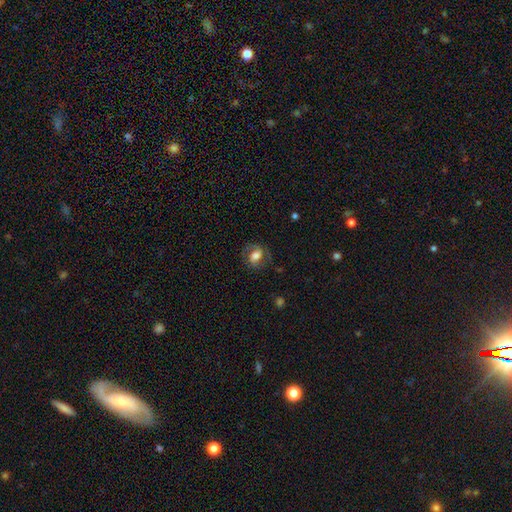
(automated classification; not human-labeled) Smooth or featured: featured or disk — 48% (smooth — 44%)
Merging: none — 72% (minor disturbance — 17%)